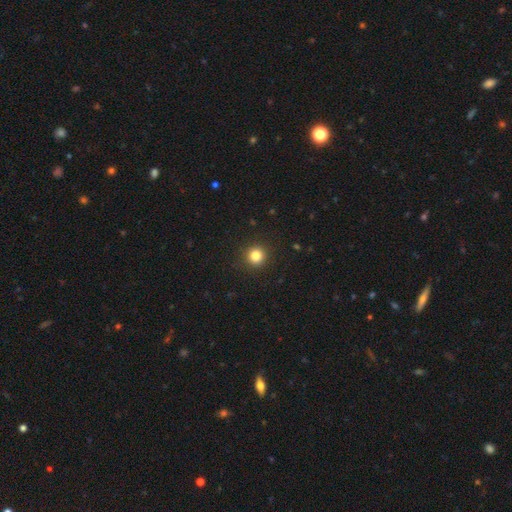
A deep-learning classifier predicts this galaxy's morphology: smooth_or_featured: smooth (p=0.83) [alt: star or artifact p=0.12]
how_rounded: round (p=0.94) [alt: in between p=0.05]
merging: none (p=0.92) [alt: minor disturbance p=0.05]